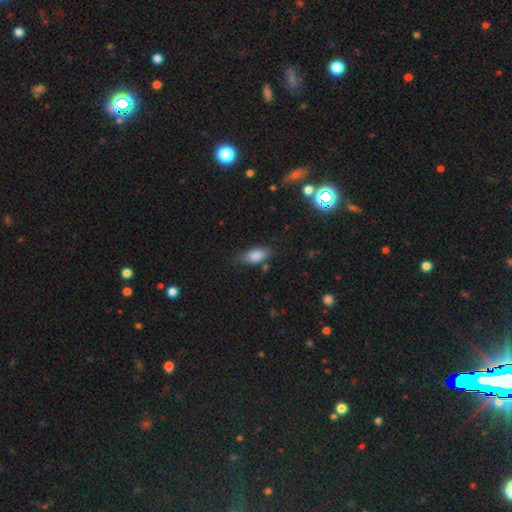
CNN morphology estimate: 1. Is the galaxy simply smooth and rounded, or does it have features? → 84% smooth, 8% star or artifact, 8% featured or disk.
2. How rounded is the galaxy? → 87% in between, 9% cigar-shaped, 4% round.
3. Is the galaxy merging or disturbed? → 69% none, 22% minor disturbance, 6% major disturbance, 4% merger.